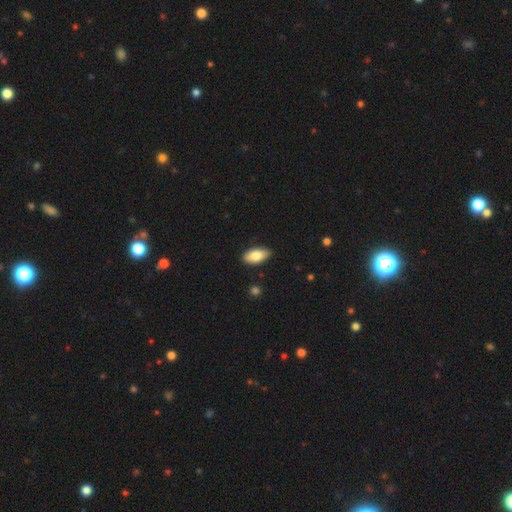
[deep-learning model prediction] A smooth galaxy with no disk features (83%) that is in between round and cigar-shaped (93%).

Vote fractions:
- Smooth or featured? smooth: 83% / featured or disk: 10% / star or artifact: 6%
- How rounded? in between: 93% / cigar-shaped: 5% / round: 3%
- Merging? none: 87% / minor disturbance: 10% / major disturbance: 2% / merger: 1%